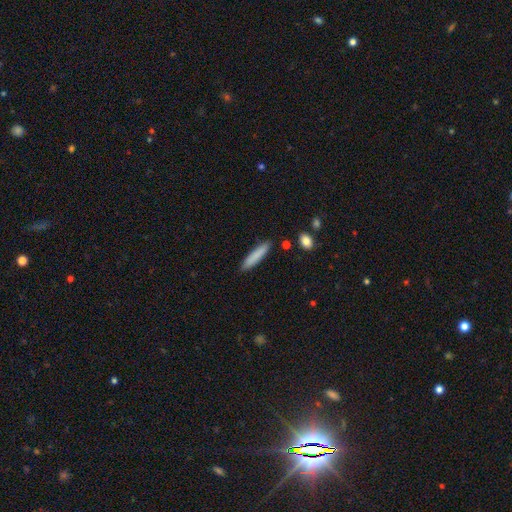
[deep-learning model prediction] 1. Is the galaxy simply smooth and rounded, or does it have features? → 83% smooth, 11% featured or disk, 6% star or artifact.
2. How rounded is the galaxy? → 88% cigar-shaped, 10% in between, 1% round.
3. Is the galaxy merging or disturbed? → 87% none, 9% minor disturbance, 2% merger, 2% major disturbance.